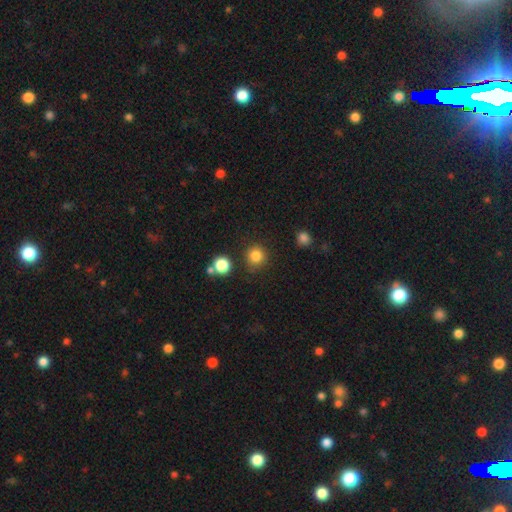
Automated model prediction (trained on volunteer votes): A smooth galaxy with no disk features (83%) that is round (93%).

Vote fractions:
- Smooth or featured? smooth: 83% / star or artifact: 13% / featured or disk: 4%
- How rounded? round: 93% / in between: 6% / cigar-shaped: 1%
- Merging? none: 84% / minor disturbance: 9% / merger: 4% / major disturbance: 3%